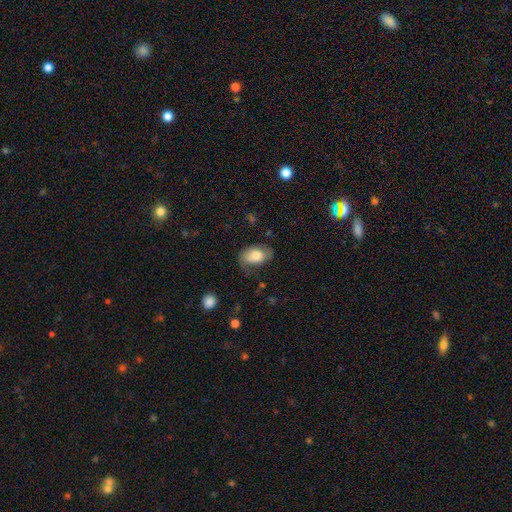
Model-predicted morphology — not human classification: Smooth or featured? smooth (74%)
How rounded? in between (90%)
Merging? none (67%)